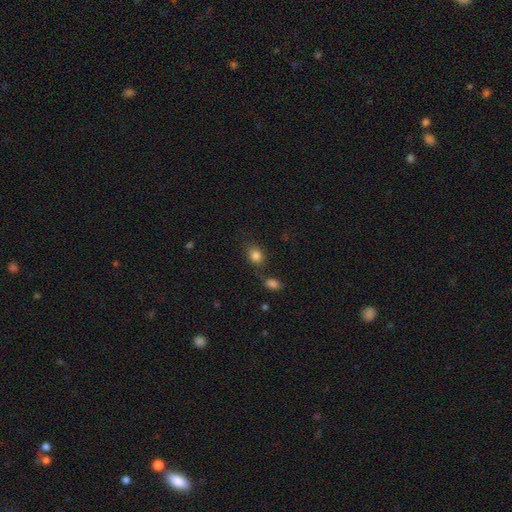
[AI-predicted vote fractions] smooth_or_featured: smooth (p=0.83) [alt: star or artifact p=0.11]
how_rounded: in between (p=0.52) [alt: round p=0.46]
merging: none (p=0.67) [alt: minor disturbance p=0.14]